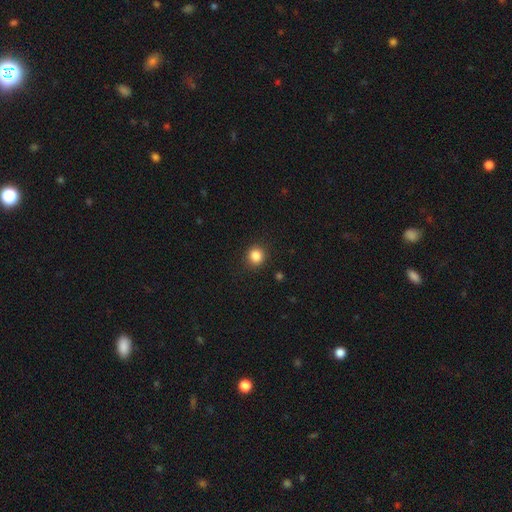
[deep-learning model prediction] The model was most divided on "smooth or featured": smooth: 85%, star or artifact: 11%, featured or disk: 4%. More confident: merging — none (90%); how rounded — round (89%).